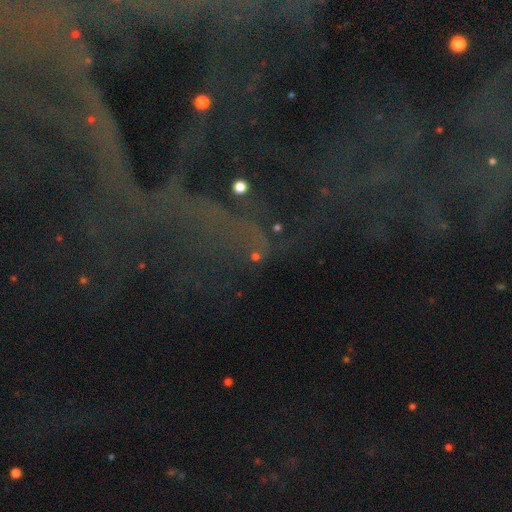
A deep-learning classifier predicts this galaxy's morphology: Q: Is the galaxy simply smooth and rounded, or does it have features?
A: star or artifact — 57%.